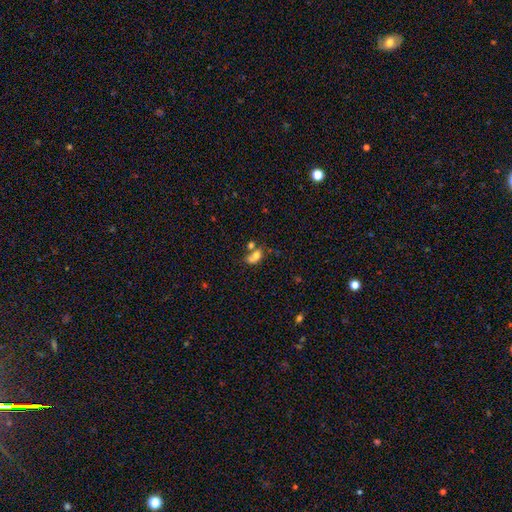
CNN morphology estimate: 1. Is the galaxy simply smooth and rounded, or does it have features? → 70% smooth, 18% featured or disk, 13% star or artifact.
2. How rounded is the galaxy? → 71% in between, 27% round, 3% cigar-shaped.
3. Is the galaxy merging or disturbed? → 51% merger, 27% none, 12% minor disturbance, 10% major disturbance.